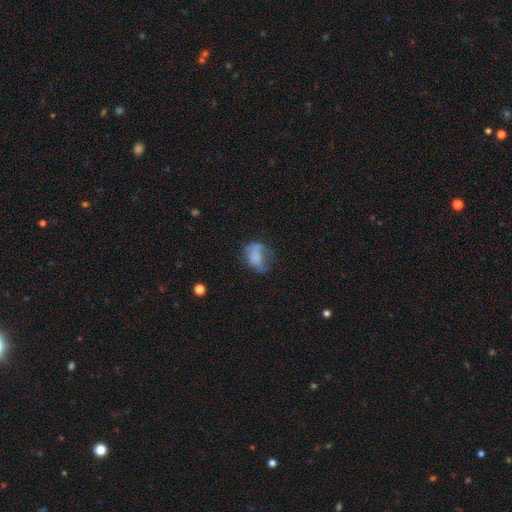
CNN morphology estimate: A smooth galaxy with no disk features (60%) that is in between round and cigar-shaped (68%). Merging: none (36%).